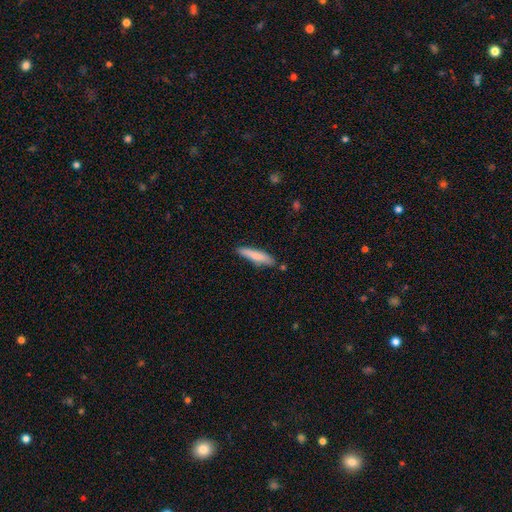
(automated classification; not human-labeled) Smooth or featured? Predicted: smooth (p=0.76). How rounded? Predicted: cigar-shaped (p=0.83). Merging? Predicted: none (p=0.79).